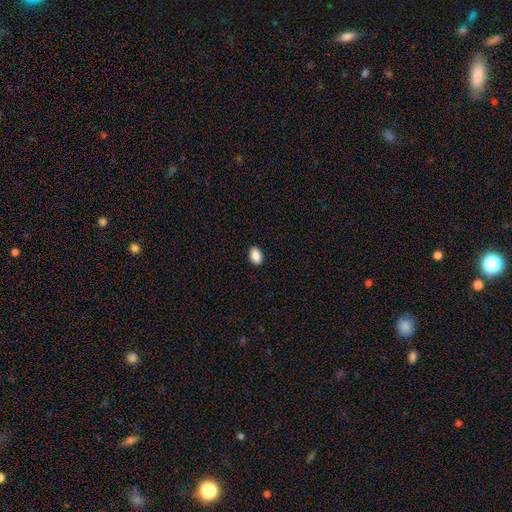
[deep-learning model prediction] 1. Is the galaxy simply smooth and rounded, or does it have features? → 89% smooth, 8% star or artifact, 3% featured or disk.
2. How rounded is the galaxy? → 88% in between, 11% round, 1% cigar-shaped.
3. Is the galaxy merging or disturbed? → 90% none, 7% minor disturbance, 2% major disturbance, 1% merger.